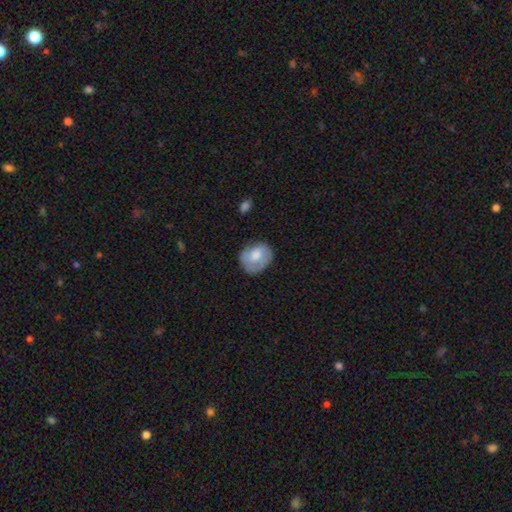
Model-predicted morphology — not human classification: Overall: smooth (67%; featured or disk 27%). How rounded: round (54%; in between 45%). Merging: none (63%; minor disturbance 26%).